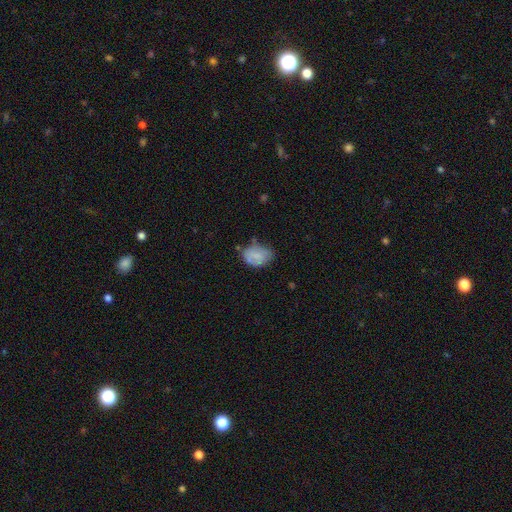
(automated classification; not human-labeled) Overall: smooth (73%). How rounded: in between (78%). Merging: none (50%; minor disturbance 35%).